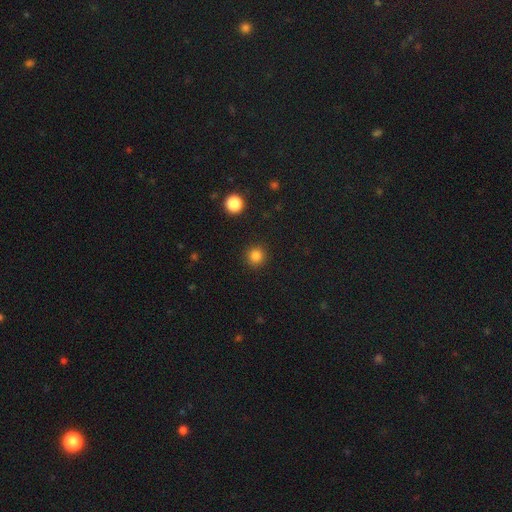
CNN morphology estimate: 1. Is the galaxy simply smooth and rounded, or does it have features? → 83% smooth, 13% star or artifact, 4% featured or disk.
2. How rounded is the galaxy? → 93% round, 6% in between, 1% cigar-shaped.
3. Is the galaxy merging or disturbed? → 91% none, 5% minor disturbance, 2% major disturbance, 1% merger.